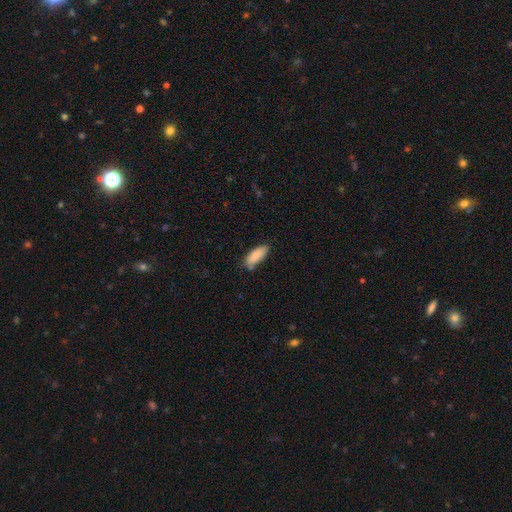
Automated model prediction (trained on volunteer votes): Overall: smooth (87%). How rounded: in between (75%). Merging: none (67%).